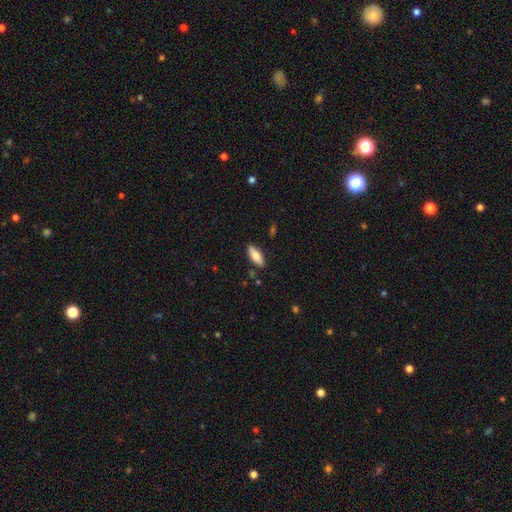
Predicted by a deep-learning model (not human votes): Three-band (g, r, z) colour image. It shows a smooth galaxy with no disk features (76%) that is in between round and cigar-shaped (70%). Merging: none (86%).